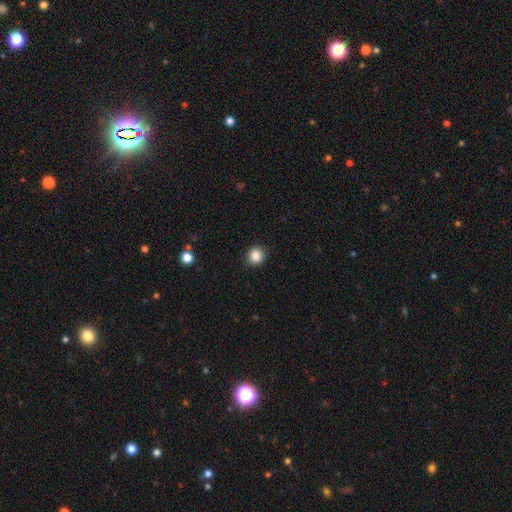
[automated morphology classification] Smooth or featured?
  - smooth: 87% *
  - star or artifact: 10%
  - featured or disk: 3%
How rounded?
  - round: 88% *
  - in between: 11%
  - cigar-shaped: 1%
Merging?
  - none: 90% *
  - minor disturbance: 7%
  - major disturbance: 2%
  - merger: 1%